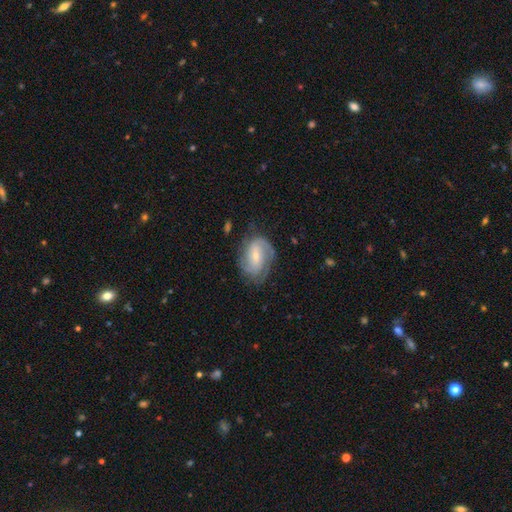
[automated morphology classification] This appears to be a featured or disk galaxy (81%) with a weak bar (47%), 2 (49%) tight (46%) spiral arms (94%) and a small central bulge (63%). Merging: none (67%).